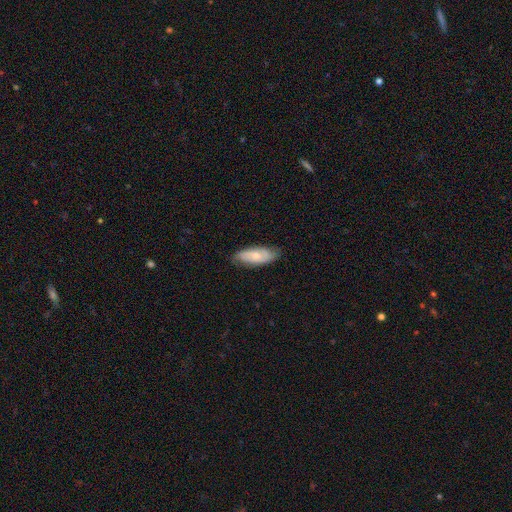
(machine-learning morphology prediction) Overall: smooth (56%; featured or disk 38%). How rounded: in between (76%). Merging: none (76%).